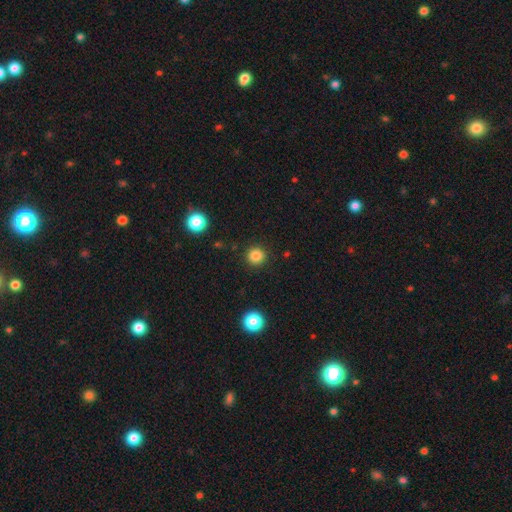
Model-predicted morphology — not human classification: A smooth galaxy with no disk features (84%) that is round (95%). Merging: none (91%).